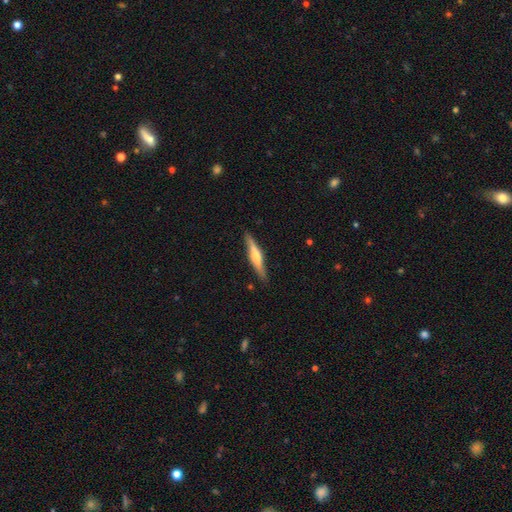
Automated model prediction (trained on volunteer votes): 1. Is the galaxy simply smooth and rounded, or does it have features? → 57% featured or disk, 38% smooth, 5% star or artifact.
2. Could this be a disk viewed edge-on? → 95% yes, 5% no.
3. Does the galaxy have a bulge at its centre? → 77% rounded, 13% boxy, 10% none.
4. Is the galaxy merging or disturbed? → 86% none, 11% minor disturbance, 2% major disturbance, 1% merger.